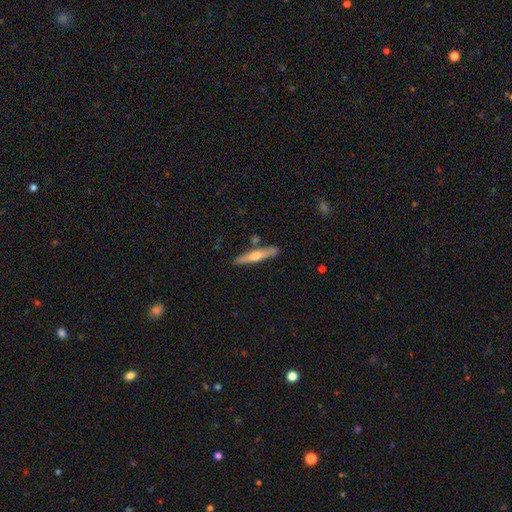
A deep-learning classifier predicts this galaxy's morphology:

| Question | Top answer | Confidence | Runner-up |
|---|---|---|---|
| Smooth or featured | smooth | 48% | featured or disk (47%) |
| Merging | none | 83% | minor disturbance (10%) |